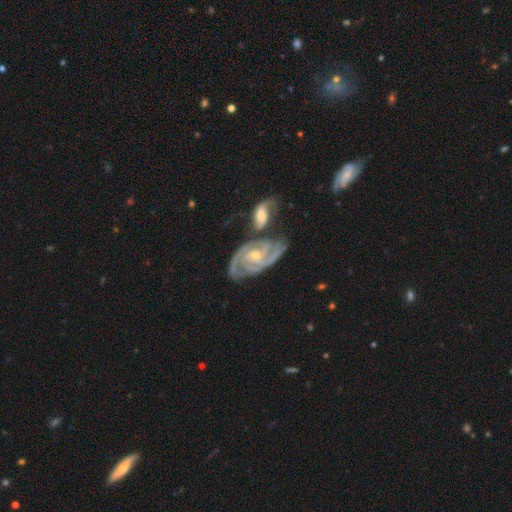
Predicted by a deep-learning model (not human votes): smooth-or-featured: featured or disk: 92% | star or artifact: 4% | smooth: 4%
  disk-edge-on: no: 97% | yes: 3%
    bar: no: 57% | weak: 32% | strong: 11%
    has-spiral-arms: yes: 98% | no: 2%
      spiral-winding: tight: 59% | medium: 35% | loose: 6%
      spiral-arm-count: 2: 57% | 3: 23% | can't tell: 9% | 4: 5% | 1: 3% | more than 4: 3%
    bulge-size: small: 61% | moderate: 36% | none: 1% | large: 1% | dominant: 1%
  merging: none: 49% | merger: 27% | minor disturbance: 17% | major disturbance: 7%